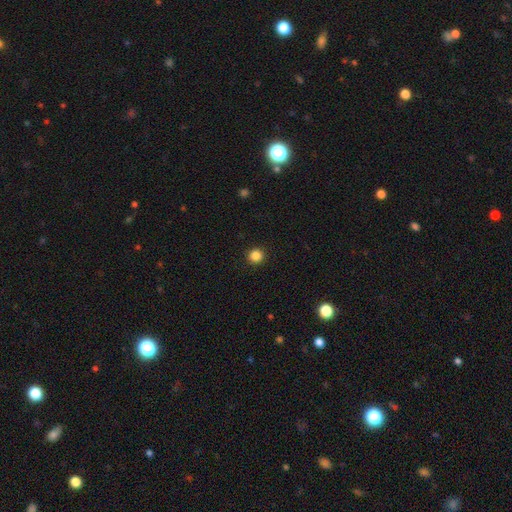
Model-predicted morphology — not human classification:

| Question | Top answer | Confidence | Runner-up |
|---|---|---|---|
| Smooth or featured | smooth | 85% | star or artifact (12%) |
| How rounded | round | 95% | in between (4%) |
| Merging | none | 93% | minor disturbance (4%) |